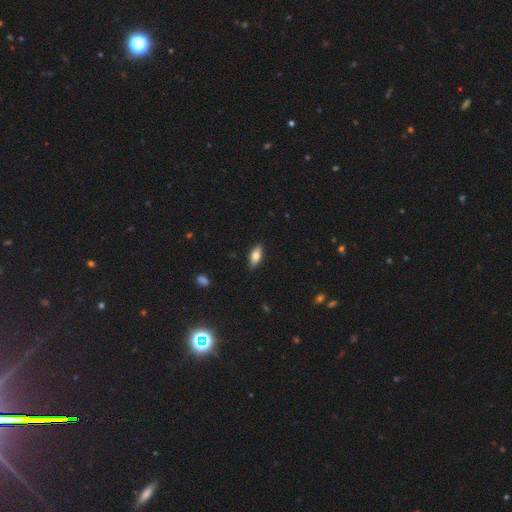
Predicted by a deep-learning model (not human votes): smooth 71%, featured or disk 22%, star or artifact 7%. Down the decision tree: how rounded — in between (80%); merging — none (87%).